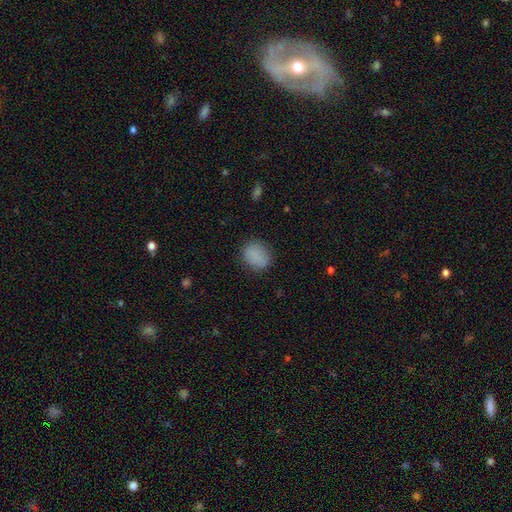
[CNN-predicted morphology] Smooth or featured? smooth (86%)
How rounded? round (61%)
Merging? none (82%)